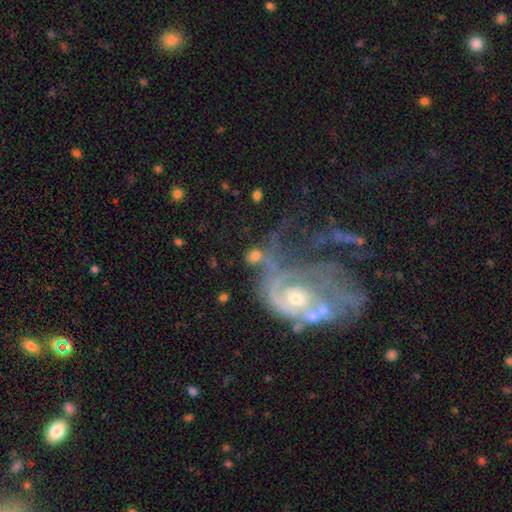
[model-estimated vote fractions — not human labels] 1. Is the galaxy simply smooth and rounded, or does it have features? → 45% featured or disk, 42% smooth, 12% star or artifact.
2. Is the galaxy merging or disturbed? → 43% none, 24% merger, 17% minor disturbance, 16% major disturbance.